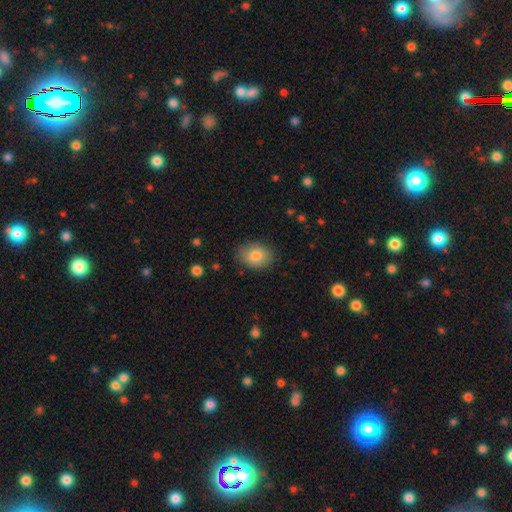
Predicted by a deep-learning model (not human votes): Morphology: type=smooth (82%); roundness=in between (74%); merging=none (84%).